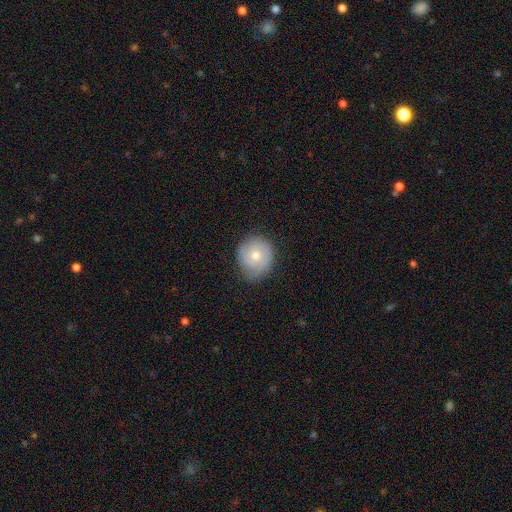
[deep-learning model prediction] This appears to be a smooth galaxy with no disk features (68%) that is round (85%). Merging: none (68%).